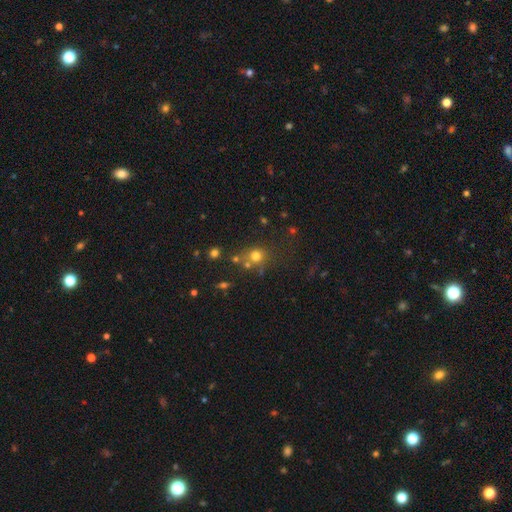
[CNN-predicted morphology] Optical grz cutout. It shows a smooth galaxy with no disk features (70%) that is round (83%). Merging: none (61%).